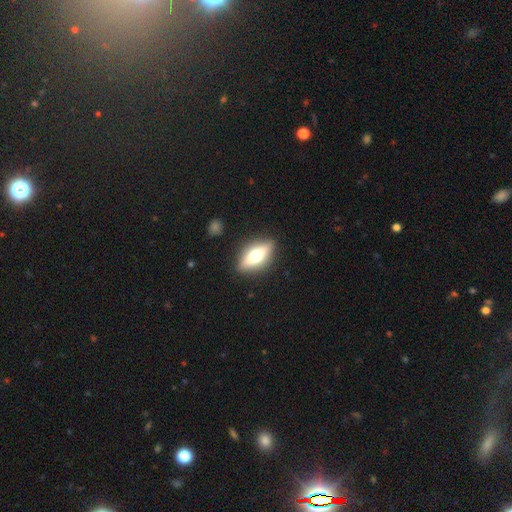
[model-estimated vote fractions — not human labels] A smooth galaxy with no disk features (52%) that is in between round and cigar-shaped (74%). Merging: none (87%).